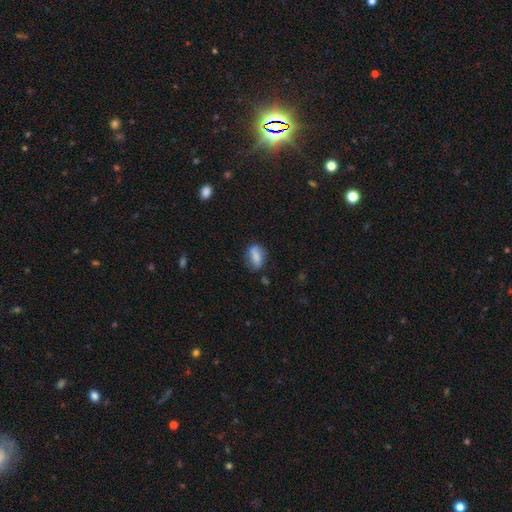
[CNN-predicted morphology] smooth-or-featured: smooth: 70% | featured or disk: 22% | star or artifact: 8%
  how-rounded: in between: 73% | round: 16% | cigar-shaped: 10%
  merging: none: 72% | minor disturbance: 20% | major disturbance: 5% | merger: 3%